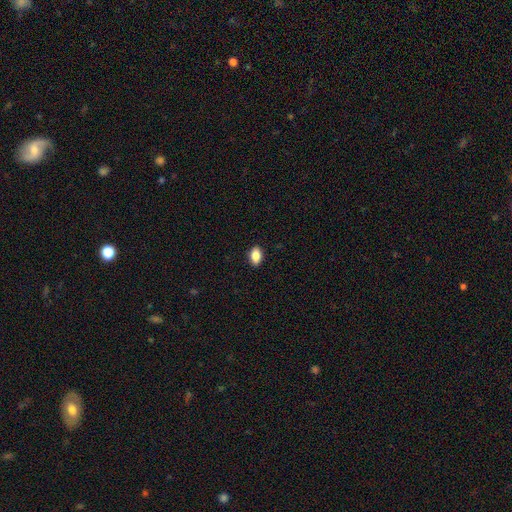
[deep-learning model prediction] Overall: smooth (85%). How rounded: in between (89%). Merging: none (90%).